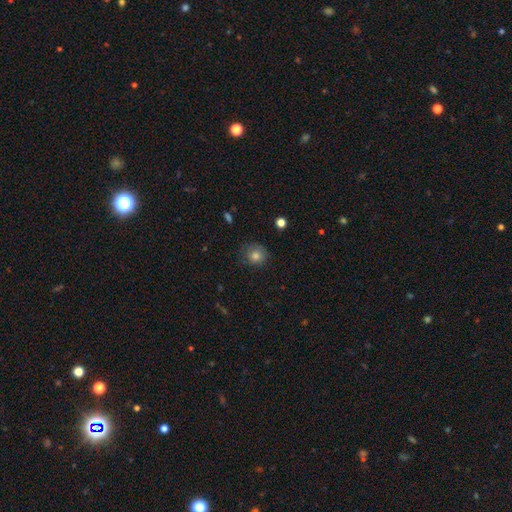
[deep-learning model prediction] The model was most divided on "merging": none: 75%, minor disturbance: 18%, major disturbance: 5%, merger: 1%. More confident: how rounded — round (85%); smooth or featured — smooth (78%).